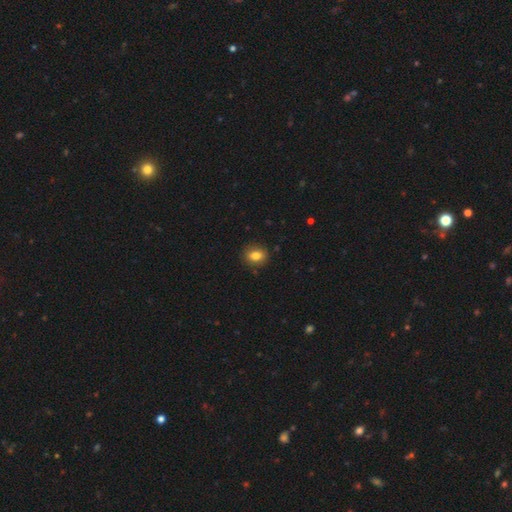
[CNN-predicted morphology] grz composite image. It shows a smooth galaxy with no disk features (81%) that is round (54%). Merging: none (86%).